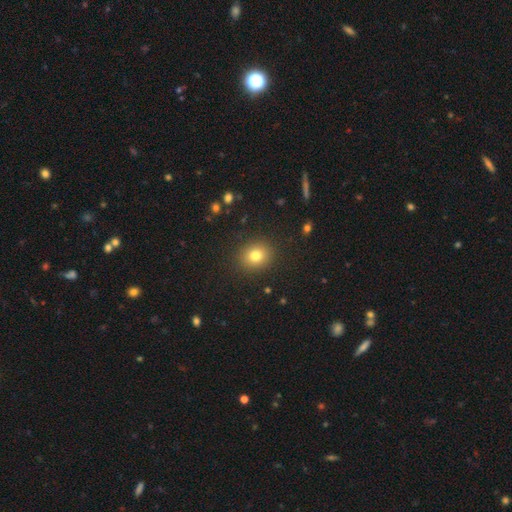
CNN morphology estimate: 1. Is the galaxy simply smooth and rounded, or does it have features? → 79% smooth, 12% star or artifact, 8% featured or disk.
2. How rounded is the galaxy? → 74% round, 25% in between, 1% cigar-shaped.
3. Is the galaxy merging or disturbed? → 89% none, 7% minor disturbance, 3% major disturbance, 1% merger.